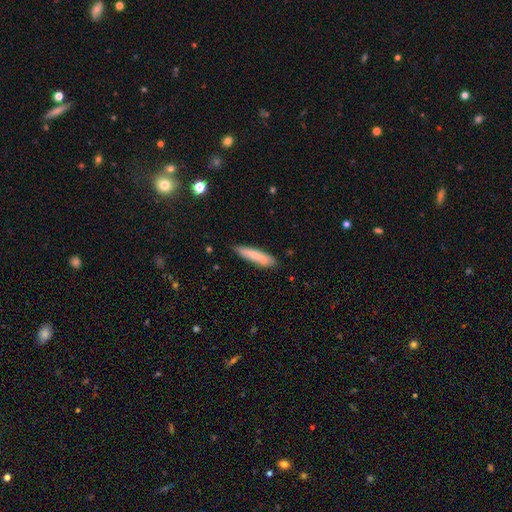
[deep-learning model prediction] A smooth galaxy with no disk features (74%) that is cigar-shaped (84%).

Vote fractions:
- Smooth or featured? smooth: 74% / featured or disk: 20% / star or artifact: 6%
- How rounded? cigar-shaped: 84% / in between: 15% / round: 1%
- Merging? none: 82% / minor disturbance: 14% / major disturbance: 2% / merger: 2%